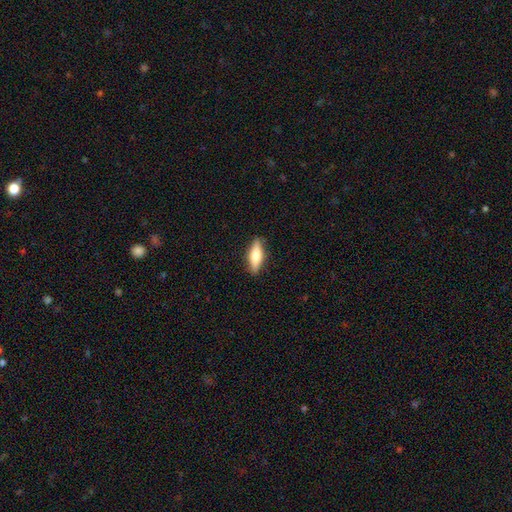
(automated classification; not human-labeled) Smooth or featured? Predicted: smooth (p=0.54). How rounded? Predicted: in between (p=0.52). Merging? Predicted: none (p=0.88).